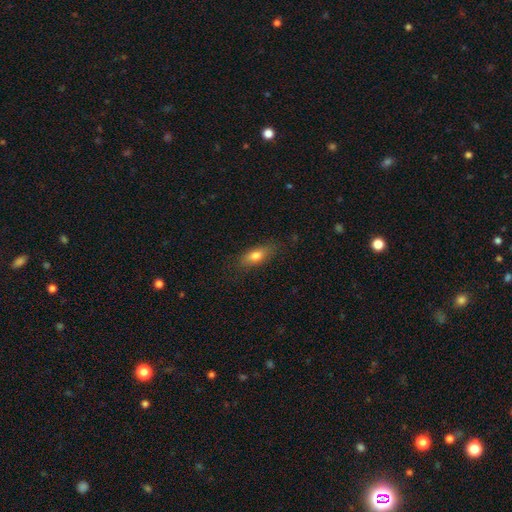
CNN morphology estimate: Smooth or featured: smooth — 76% (featured or disk — 16%)
How rounded: in between — 73% (cigar-shaped — 24%)
Merging: none — 77% (minor disturbance — 17%)